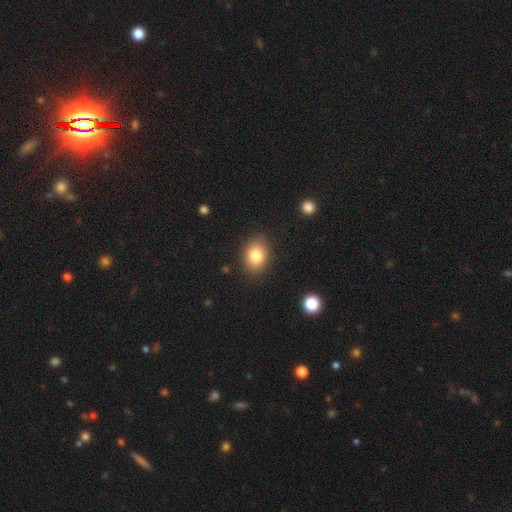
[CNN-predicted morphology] type=smooth (83%); roundness=in between (64%); merging=none (85%).